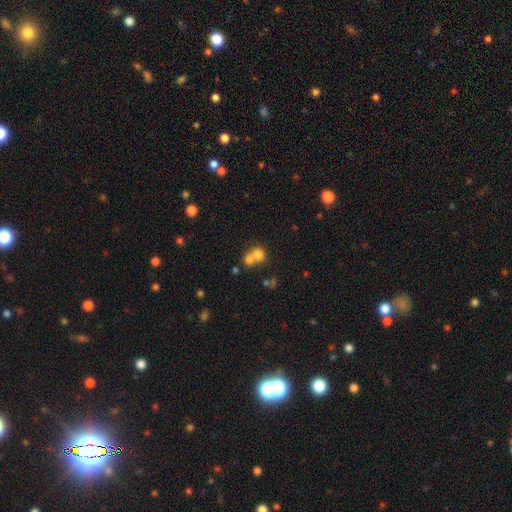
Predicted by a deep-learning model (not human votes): Smooth or featured? Predicted: smooth (p=0.73). How rounded? Predicted: round (p=0.78). Merging? Predicted: merger (p=0.61).